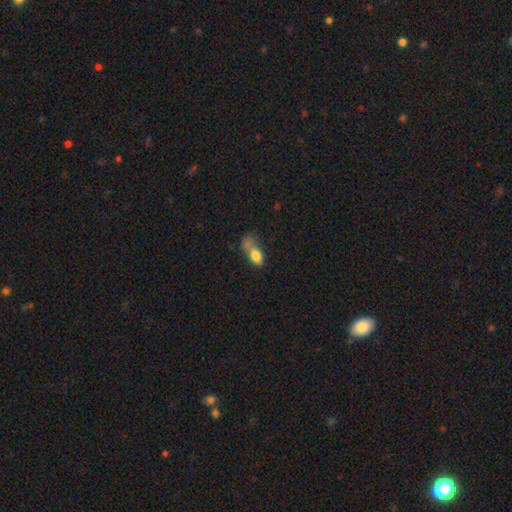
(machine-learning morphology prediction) Smooth or featured?
  - smooth: 74% *
  - featured or disk: 16%
  - star or artifact: 10%
How rounded?
  - in between: 77% *
  - round: 12%
  - cigar-shaped: 10%
Merging?
  - major disturbance: 38% *
  - merger: 22%
  - minor disturbance: 21%
  - none: 19%